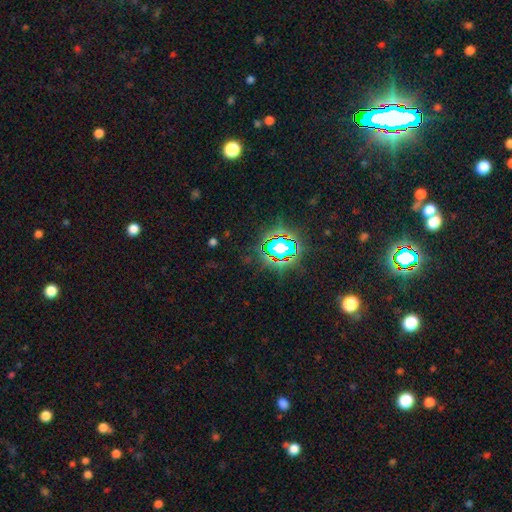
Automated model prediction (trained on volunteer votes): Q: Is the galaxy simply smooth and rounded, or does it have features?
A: star or artifact — 81%.